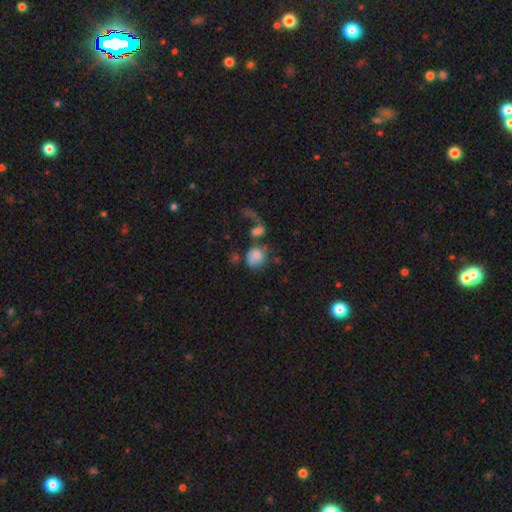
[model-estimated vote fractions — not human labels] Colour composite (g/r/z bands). It shows a smooth galaxy with no disk features (69%) that is round (58%). Merging: merger (34%).